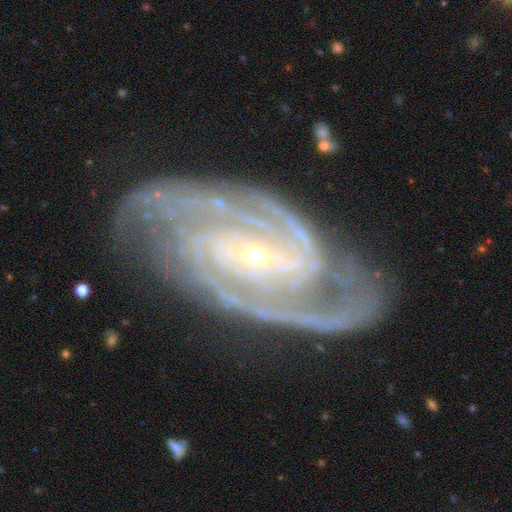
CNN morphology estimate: Smooth or featured?
  - featured or disk: 93% *
  - star or artifact: 5%
  - smooth: 2%
Edge-on disk?
  - no: 97% *
  - yes: 3%
Bar?
  - no: 35% *
  - weak: 34%
  - strong: 31%
Spiral arms?
  - yes: 99% *
  - no: 1%
Spiral winding?
  - tight: 56% *
  - medium: 38%
  - loose: 5%
Spiral arm count?
  - 2: 39% *
  - 3: 24%
  - 4: 13%
  - can't tell: 10%
  - more than 4: 7%
  - 1: 7%
Bulge size?
  - small: 85% *
  - moderate: 12%
  - none: 1%
  - large: 1%
  - dominant: 1%
Merging?
  - none: 76% *
  - minor disturbance: 16%
  - major disturbance: 6%
  - merger: 2%